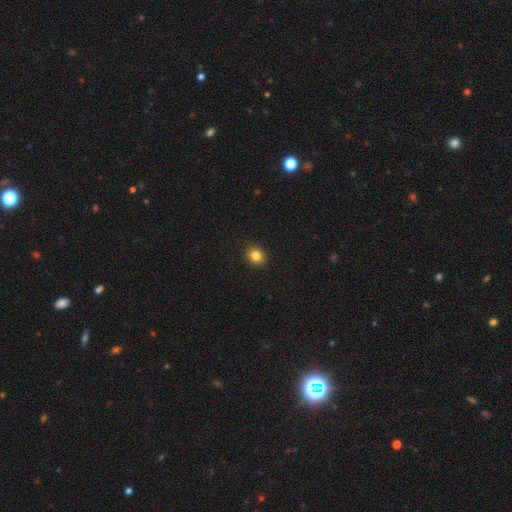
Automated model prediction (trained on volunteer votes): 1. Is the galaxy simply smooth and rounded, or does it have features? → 83% smooth, 11% star or artifact, 6% featured or disk.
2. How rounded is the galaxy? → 73% round, 26% in between, 1% cigar-shaped.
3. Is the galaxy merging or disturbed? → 92% none, 6% minor disturbance, 2% major disturbance, 1% merger.